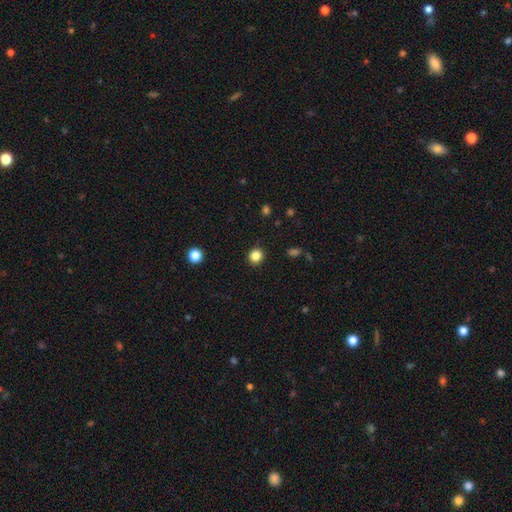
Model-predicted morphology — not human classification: type=smooth (85%); roundness=round (87%); merging=none (91%).